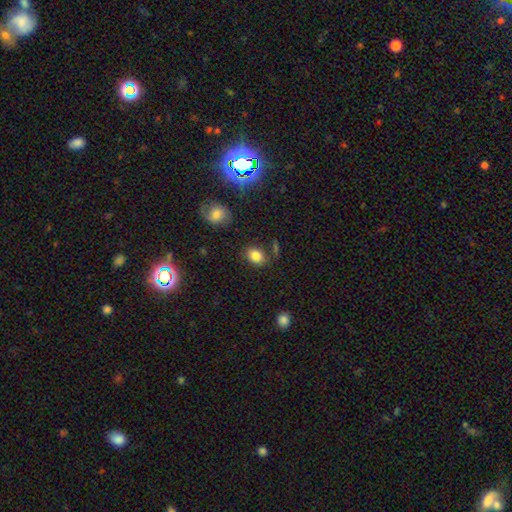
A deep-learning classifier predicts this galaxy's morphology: Smooth or featured? smooth (83%)
How rounded? in between (65%)
Merging? none (79%)